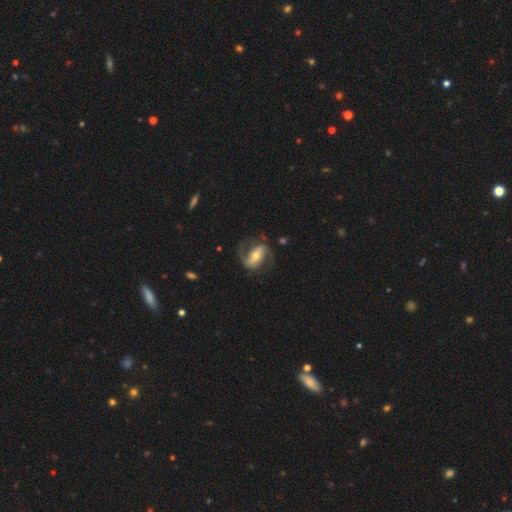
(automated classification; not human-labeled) A featured or disk galaxy (81%) with a strong bar (51%), 2 (88%) medium (47%) spiral arms (92%) and a moderate central bulge (60%). Merging: none (69%).